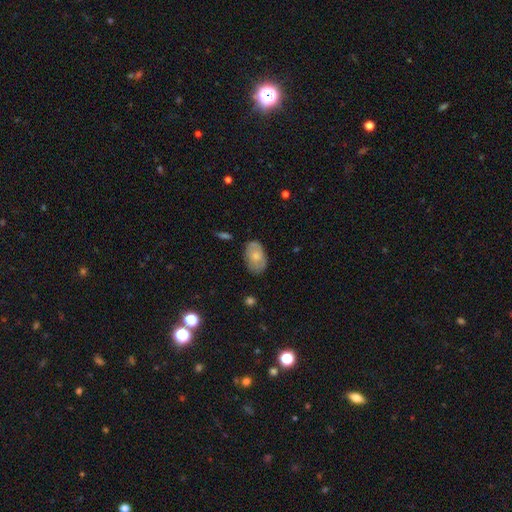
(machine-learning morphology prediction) This is likely a smooth galaxy (69%). How rounded: clearly in between (90%). Merging: likely none (72%).